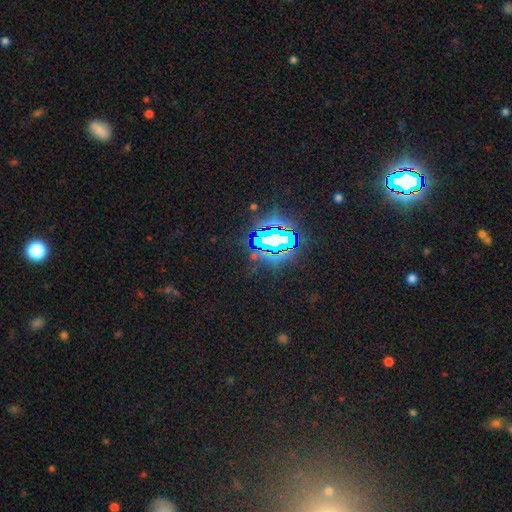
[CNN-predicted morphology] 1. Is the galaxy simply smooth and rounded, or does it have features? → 78% star or artifact, 12% smooth, 11% featured or disk.